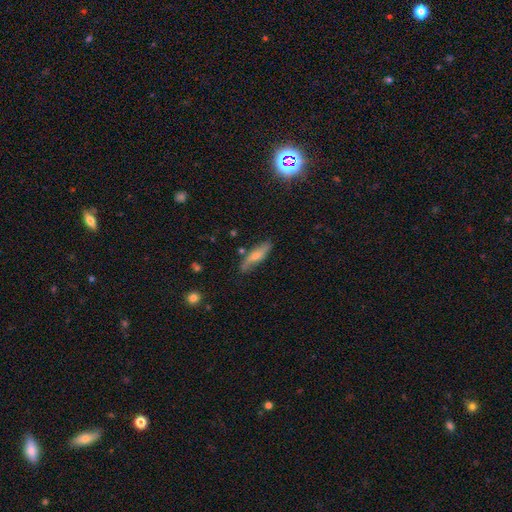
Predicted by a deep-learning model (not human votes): This is possibly a smooth galaxy (56%). How rounded: likely cigar-shaped (65%). Merging: likely none (78%).